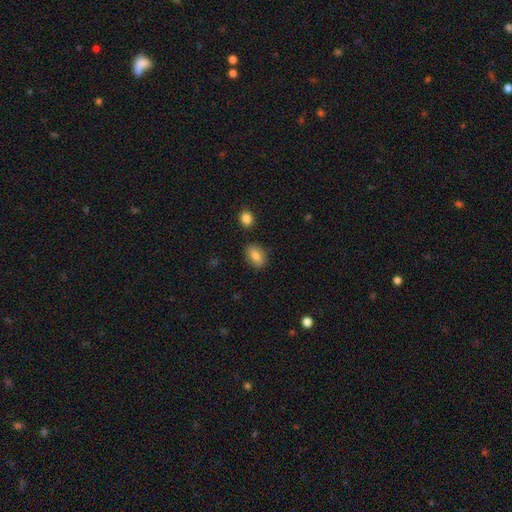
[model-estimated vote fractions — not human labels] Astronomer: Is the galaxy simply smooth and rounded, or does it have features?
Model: smooth — 81%.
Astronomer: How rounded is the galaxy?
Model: in between — 85%.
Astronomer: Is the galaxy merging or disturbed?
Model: none — 83%.